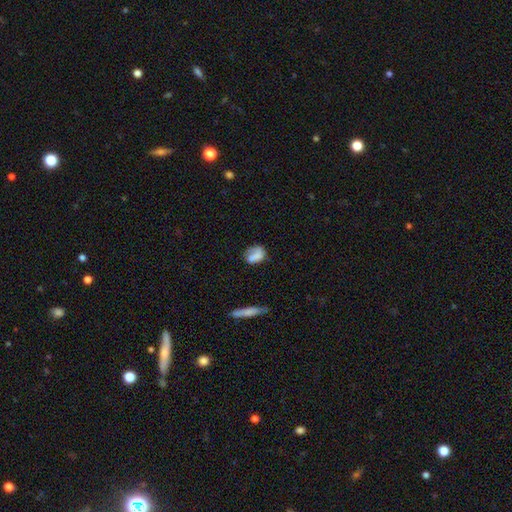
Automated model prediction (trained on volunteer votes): smooth_or_featured: smooth (p=0.69) [alt: featured or disk p=0.23]
how_rounded: in between (p=0.68) [alt: round p=0.29]
merging: none (p=0.50) [alt: minor disturbance p=0.28]